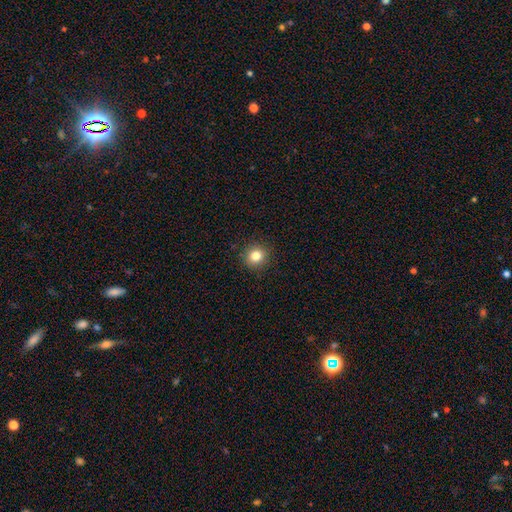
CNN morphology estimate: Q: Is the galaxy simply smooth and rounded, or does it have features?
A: smooth — 82%.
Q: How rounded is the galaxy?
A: round — 88%.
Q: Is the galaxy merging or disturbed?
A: none — 91%.